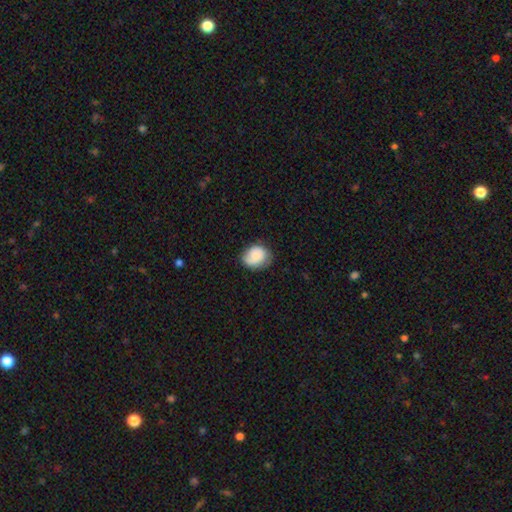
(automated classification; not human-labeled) A smooth galaxy with no disk features (74%) that is round (52%). Merging: none (64%).